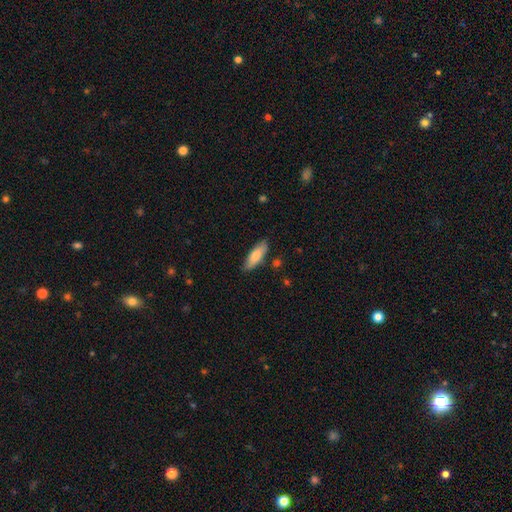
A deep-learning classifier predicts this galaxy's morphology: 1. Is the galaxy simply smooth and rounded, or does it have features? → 77% smooth, 17% featured or disk, 6% star or artifact.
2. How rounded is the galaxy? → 58% in between, 40% cigar-shaped, 2% round.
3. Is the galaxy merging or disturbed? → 83% none, 12% minor disturbance, 2% merger, 2% major disturbance.